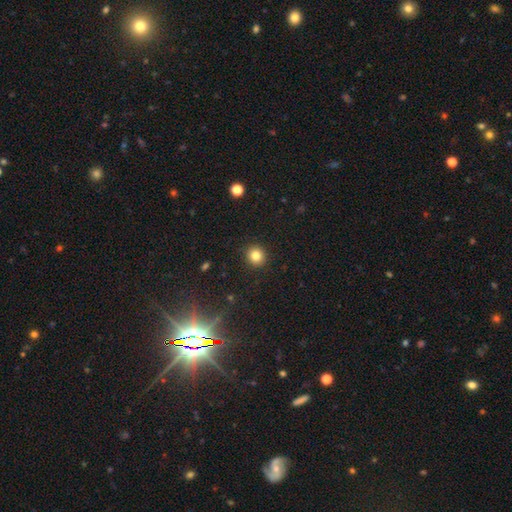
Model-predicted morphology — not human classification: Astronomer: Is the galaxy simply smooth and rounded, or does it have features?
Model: smooth — 82%.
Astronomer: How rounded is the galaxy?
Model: round — 90%.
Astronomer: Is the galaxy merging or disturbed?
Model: none — 92%.